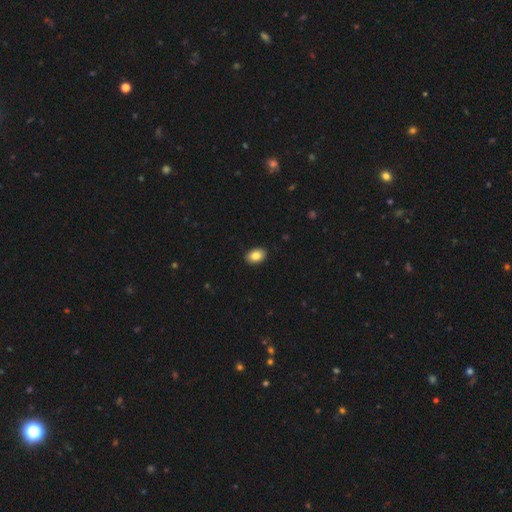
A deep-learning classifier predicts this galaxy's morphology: Smooth or featured: smooth — 86% (star or artifact — 8%)
How rounded: in between — 81% (round — 18%)
Merging: none — 91% (minor disturbance — 6%)